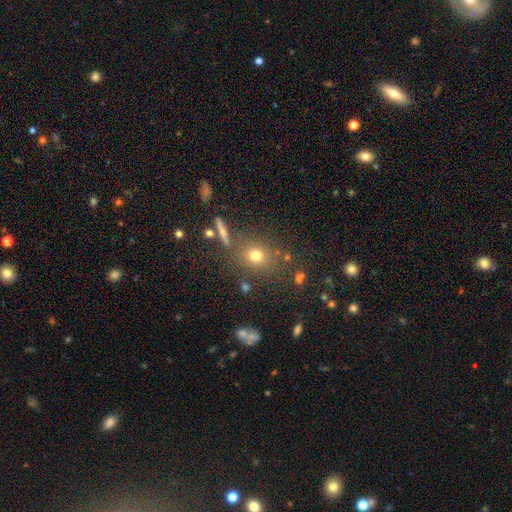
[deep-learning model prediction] Smooth or featured? smooth (71%)
How rounded? round (74%)
Merging? none (76%)